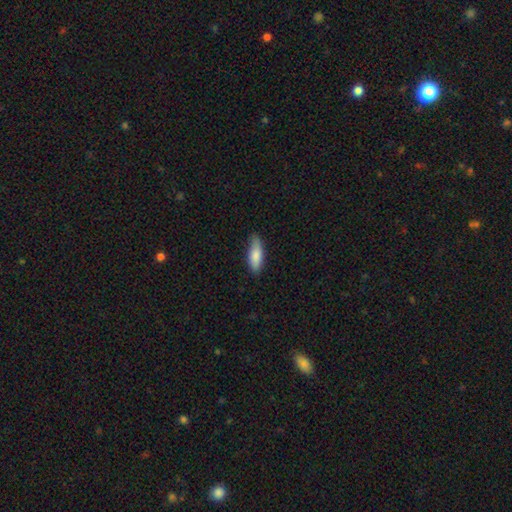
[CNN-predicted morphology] The model was most divided on "how rounded": in between: 63%, cigar-shaped: 35%, round: 2%. More confident: smooth or featured — smooth (83%); merging — none (77%).